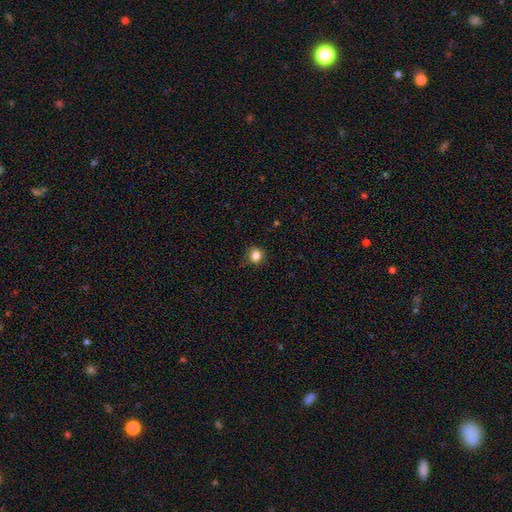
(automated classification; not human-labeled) Smooth or featured? smooth (83%)
How rounded? round (84%)
Merging? none (82%)